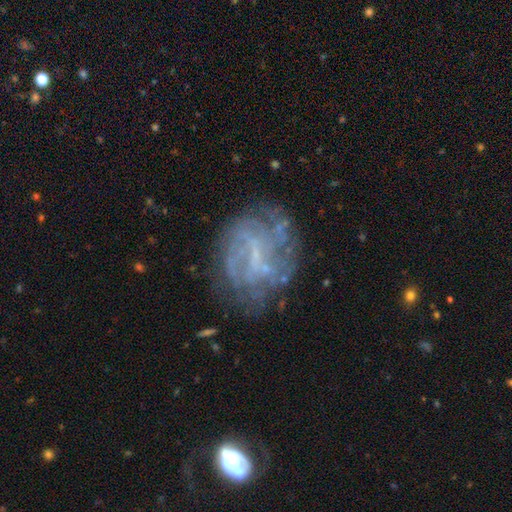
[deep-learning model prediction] A featured or disk galaxy (73%) with a weak bar (48%), spiral arms (63%) and a small central bulge (45%).

Vote fractions:
- Smooth or featured? featured or disk: 73% / smooth: 15% / star or artifact: 11%
- Edge-on disk? no: 97% / yes: 3%
- Bar? weak: 48% / no: 34% / strong: 18%
- Spiral arms? yes: 63% / no: 37%
- Bulge size? small: 45% / none: 43% / moderate: 10% / large: 1% / dominant: 1%
- Merging? none: 67% / minor disturbance: 17% / major disturbance: 13% / merger: 3%